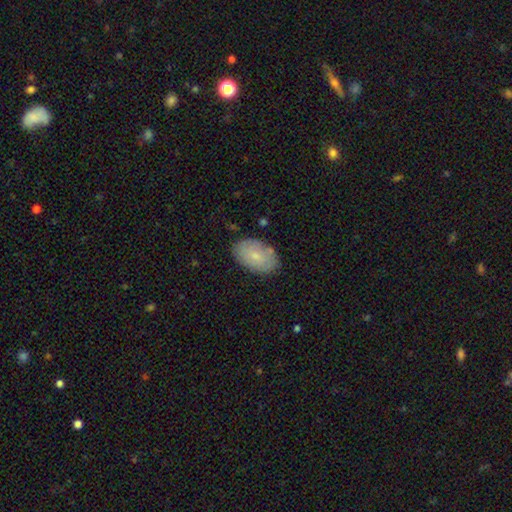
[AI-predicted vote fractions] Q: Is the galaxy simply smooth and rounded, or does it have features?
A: smooth — 74%.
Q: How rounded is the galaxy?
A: in between — 92%.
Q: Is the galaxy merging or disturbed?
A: none — 82%.